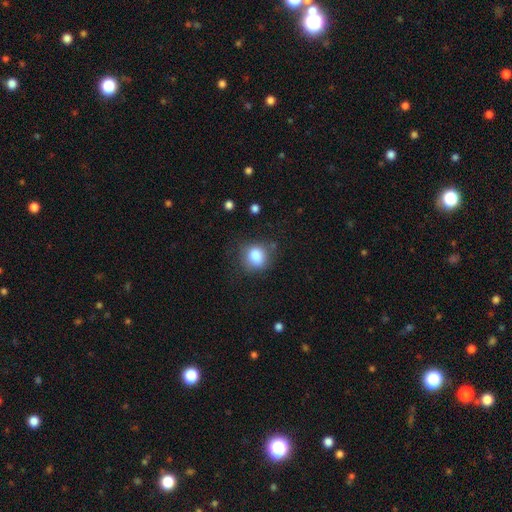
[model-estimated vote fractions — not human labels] A smooth galaxy with no disk features (84%) that is round (73%). Merging: none (73%).